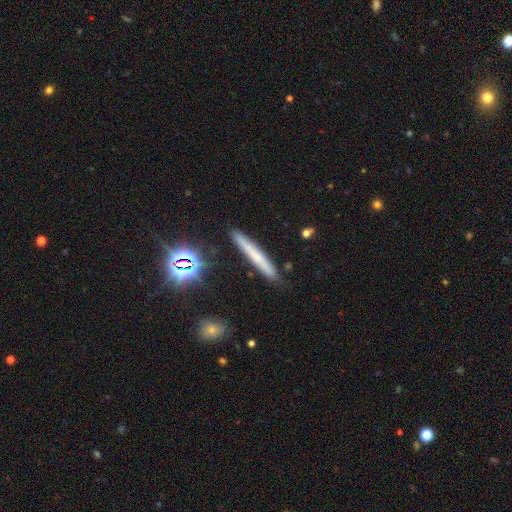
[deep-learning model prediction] Q: Smooth or featured?
A: smooth (54%); runner-up: featured or disk (33%)
Q: How rounded?
A: cigar-shaped (95%); runner-up: in between (3%)
Q: Merging?
A: none (88%); runner-up: minor disturbance (9%)